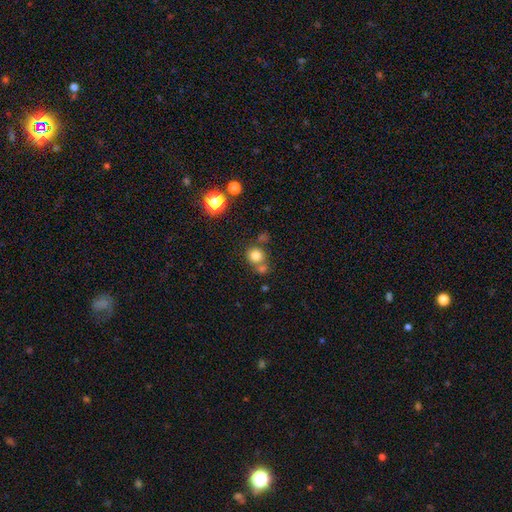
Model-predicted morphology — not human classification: A smooth galaxy with no disk features (79%) that is round (86%). Merging: none (59%).